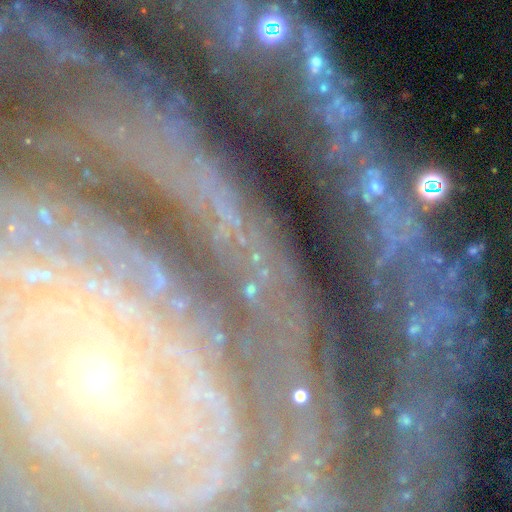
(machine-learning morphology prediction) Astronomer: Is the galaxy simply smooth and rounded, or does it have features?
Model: star or artifact — 51% (runner-up: featured or disk, 37%).